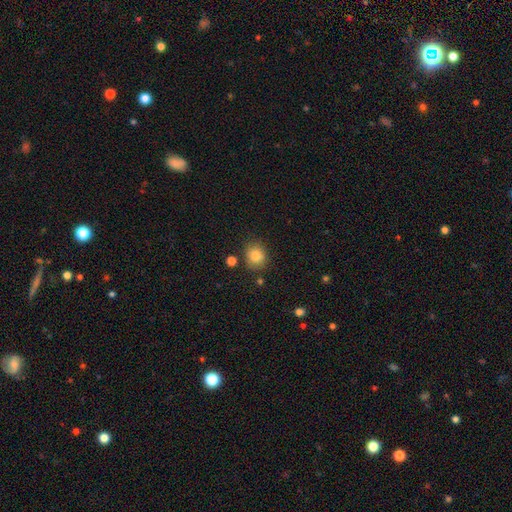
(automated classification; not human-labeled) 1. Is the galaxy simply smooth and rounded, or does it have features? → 85% smooth, 10% star or artifact, 5% featured or disk.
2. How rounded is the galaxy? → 79% round, 21% in between, 1% cigar-shaped.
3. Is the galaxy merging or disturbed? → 80% none, 12% minor disturbance, 4% merger, 4% major disturbance.